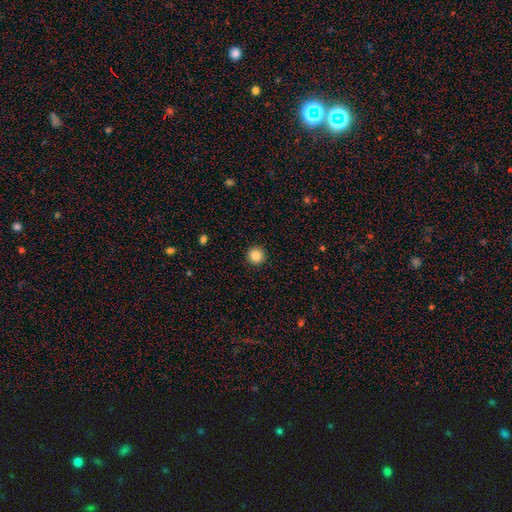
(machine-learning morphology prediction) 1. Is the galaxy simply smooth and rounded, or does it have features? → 86% smooth, 10% star or artifact, 4% featured or disk.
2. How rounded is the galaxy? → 95% round, 4% in between, 1% cigar-shaped.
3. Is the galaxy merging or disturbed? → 93% none, 5% minor disturbance, 2% major disturbance, 1% merger.